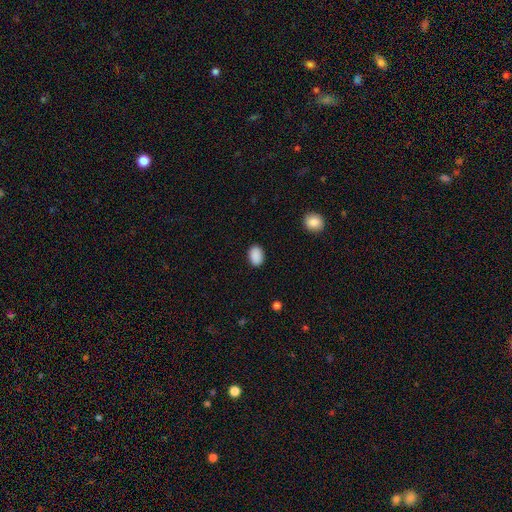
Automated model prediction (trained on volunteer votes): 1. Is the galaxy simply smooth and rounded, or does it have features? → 89% smooth, 8% star or artifact, 3% featured or disk.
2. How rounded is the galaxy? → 80% in between, 19% round, 1% cigar-shaped.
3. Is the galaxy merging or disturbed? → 88% none, 8% minor disturbance, 2% major disturbance, 1% merger.